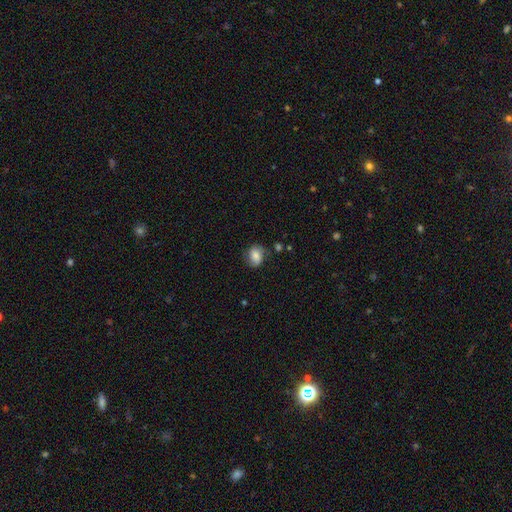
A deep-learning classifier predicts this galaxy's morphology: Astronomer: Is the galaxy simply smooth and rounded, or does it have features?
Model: smooth — 73%.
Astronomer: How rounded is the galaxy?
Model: in between — 55% (runner-up: round, 44%).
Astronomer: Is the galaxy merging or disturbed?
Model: none — 69%.